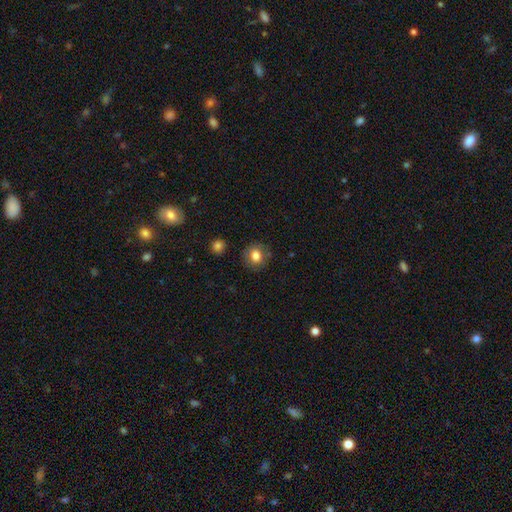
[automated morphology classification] smooth_or_featured: smooth (p=0.80) [alt: featured or disk p=0.11]
how_rounded: round (p=0.82) [alt: in between p=0.17]
merging: none (p=0.84) [alt: minor disturbance p=0.11]